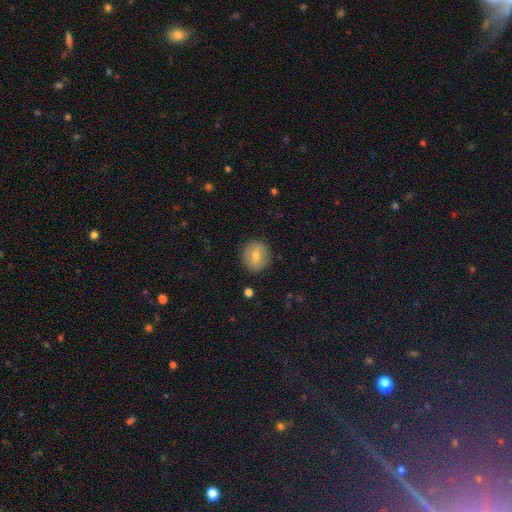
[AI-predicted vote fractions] The model was most divided on "smooth or featured": smooth: 66%, featured or disk: 24%, star or artifact: 10%. More confident: merging — none (90%); how rounded — round (87%).